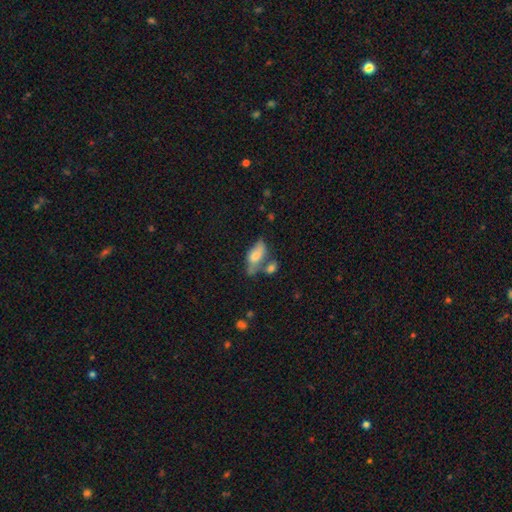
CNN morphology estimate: Overall: smooth (64%; featured or disk 27%). How rounded: in between (84%). Merging: none (34%; merger 28%).